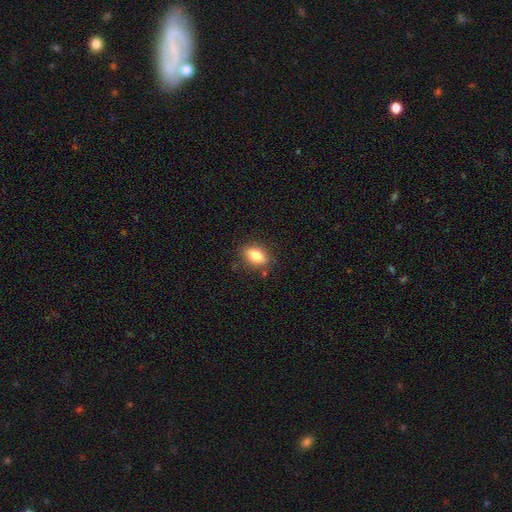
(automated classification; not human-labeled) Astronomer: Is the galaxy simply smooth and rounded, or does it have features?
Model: smooth — 80%.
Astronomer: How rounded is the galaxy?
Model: in between — 85%.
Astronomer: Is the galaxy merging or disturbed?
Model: none — 83%.